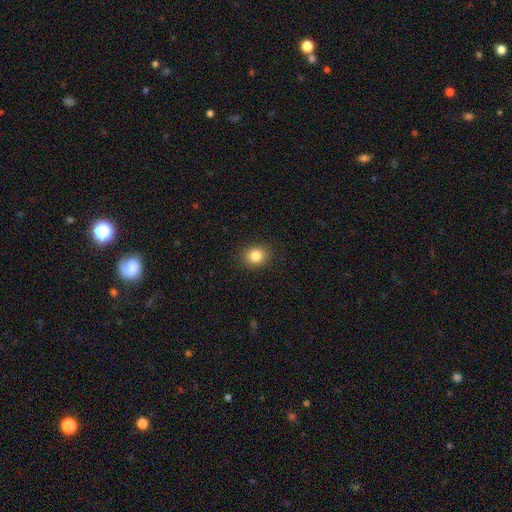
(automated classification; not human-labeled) Smooth or featured? Predicted: smooth (p=0.83). How rounded? Predicted: round (p=0.67). Merging? Predicted: none (p=0.89).